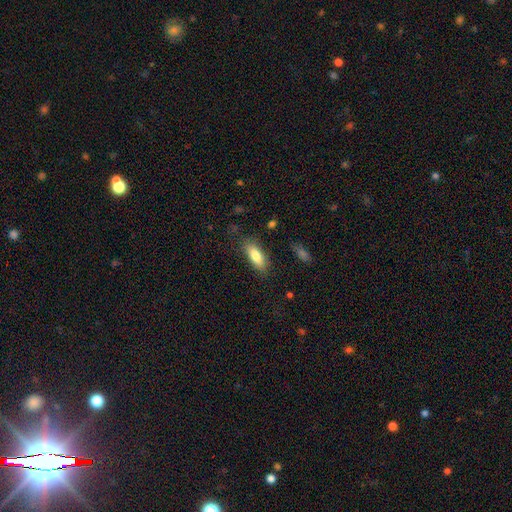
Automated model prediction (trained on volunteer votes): Q: Smooth or featured?
A: smooth (82%); runner-up: featured or disk (12%)
Q: How rounded?
A: in between (72%); runner-up: cigar-shaped (26%)
Q: Merging?
A: none (81%); runner-up: minor disturbance (14%)